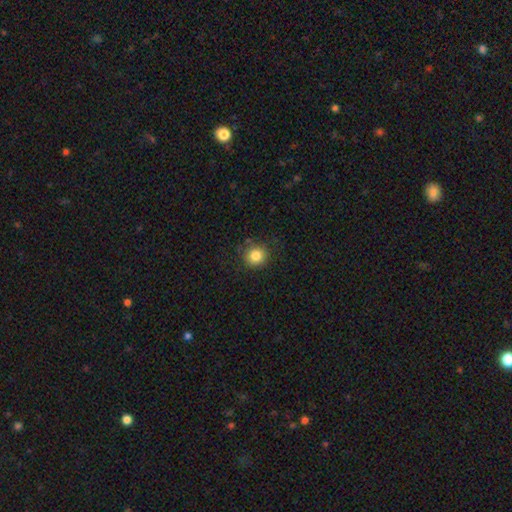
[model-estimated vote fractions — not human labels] smooth 83%, star or artifact 11%, featured or disk 6%. Down the decision tree: how rounded — round (91%); merging — none (85%).